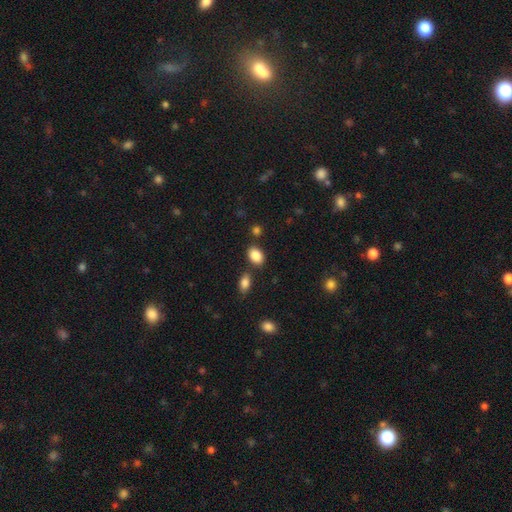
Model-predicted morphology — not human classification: Smooth or featured? smooth (87%)
How rounded? in between (79%)
Merging? none (76%)